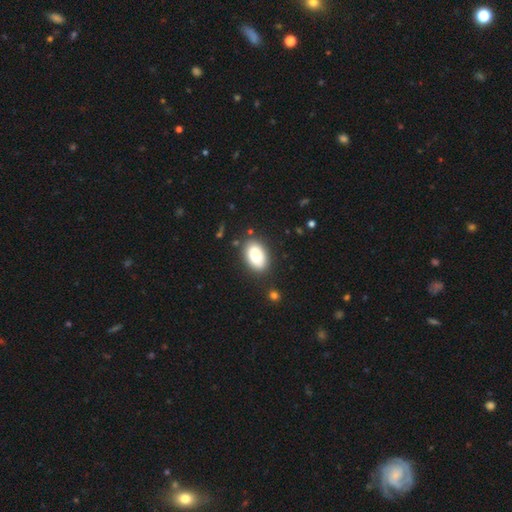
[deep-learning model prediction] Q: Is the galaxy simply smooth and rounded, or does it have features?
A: smooth — 87%.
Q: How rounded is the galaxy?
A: in between — 92%.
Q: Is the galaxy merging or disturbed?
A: none — 82%.